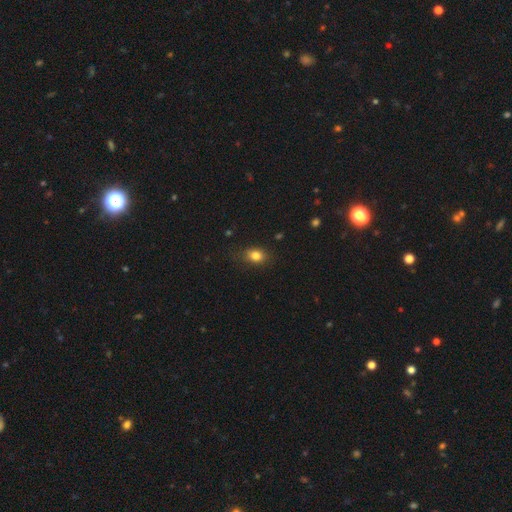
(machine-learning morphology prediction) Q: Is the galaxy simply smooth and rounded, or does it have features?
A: smooth — 82%.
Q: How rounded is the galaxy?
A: in between — 66%.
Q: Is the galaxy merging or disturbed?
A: none — 79%.